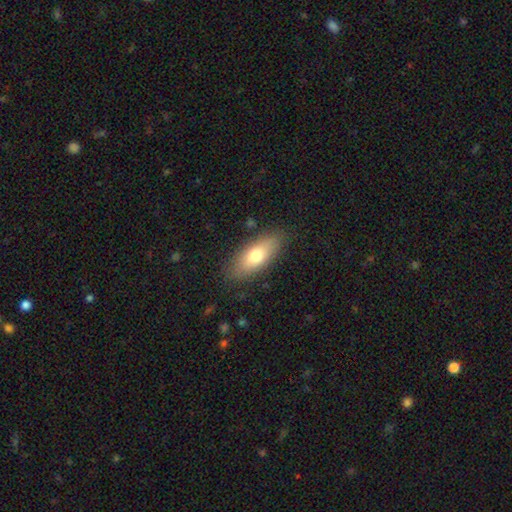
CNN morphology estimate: This is likely a smooth galaxy (71%). How rounded: likely in between (77%). Merging: clearly none (84%).